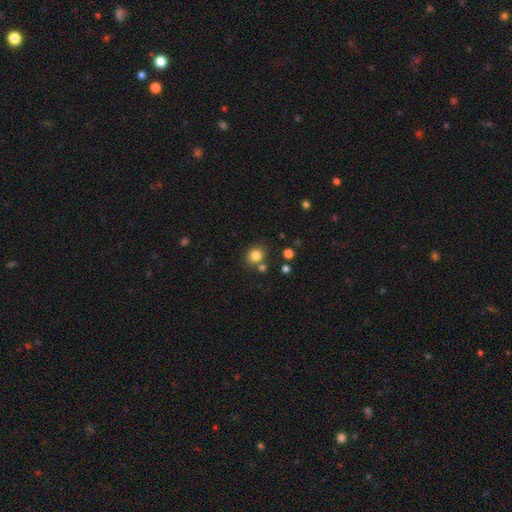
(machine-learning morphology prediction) Smooth or featured?
  - smooth: 82% *
  - star or artifact: 12%
  - featured or disk: 6%
How rounded?
  - round: 72% *
  - in between: 27%
  - cigar-shaped: 1%
Merging?
  - none: 74% *
  - merger: 13%
  - minor disturbance: 10%
  - major disturbance: 3%